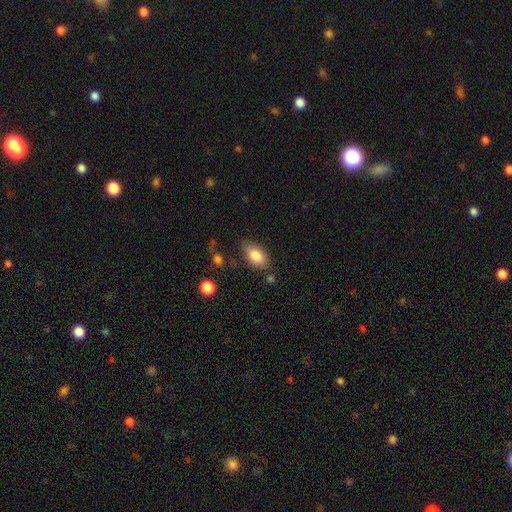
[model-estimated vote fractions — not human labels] Smooth or featured: smooth — 84% (featured or disk — 9%)
How rounded: in between — 91% (round — 6%)
Merging: none — 73% (minor disturbance — 18%)